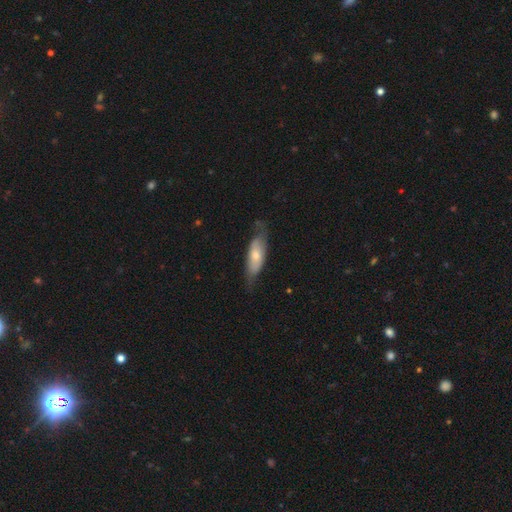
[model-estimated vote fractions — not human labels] Q: Smooth or featured?
A: smooth (56%); runner-up: featured or disk (39%)
Q: How rounded?
A: in between (68%); runner-up: cigar-shaped (30%)
Q: Merging?
A: none (61%); runner-up: minor disturbance (28%)